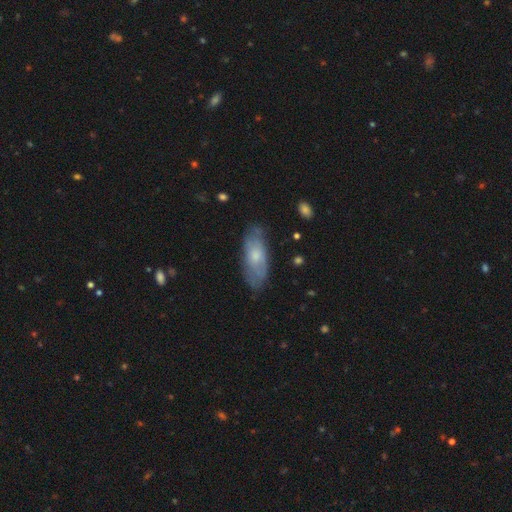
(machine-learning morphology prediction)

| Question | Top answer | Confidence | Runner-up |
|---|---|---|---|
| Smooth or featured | smooth | 58% | featured or disk (36%) |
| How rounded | in between | 79% | cigar-shaped (19%) |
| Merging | none | 71% | minor disturbance (22%) |